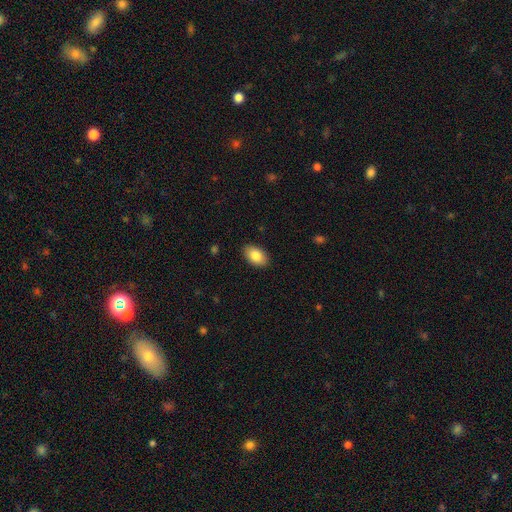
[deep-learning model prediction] A smooth galaxy with no disk features (86%) that is in between round and cigar-shaped (92%).

Vote fractions:
- Smooth or featured? smooth: 86% / featured or disk: 7% / star or artifact: 7%
- How rounded? in between: 92% / round: 7% / cigar-shaped: 1%
- Merging? none: 89% / minor disturbance: 8% / major disturbance: 2% / merger: 1%